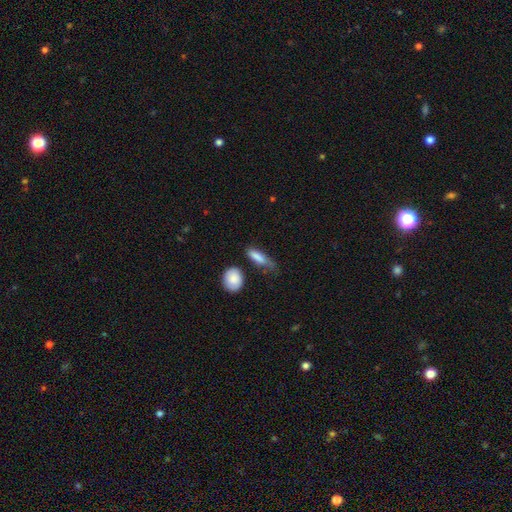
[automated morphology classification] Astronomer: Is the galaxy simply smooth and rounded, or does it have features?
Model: smooth — 82%.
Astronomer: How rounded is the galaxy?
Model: in between — 51% (runner-up: cigar-shaped, 44%).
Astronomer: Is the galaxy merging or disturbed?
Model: none — 47% (runner-up: minor disturbance, 35%).